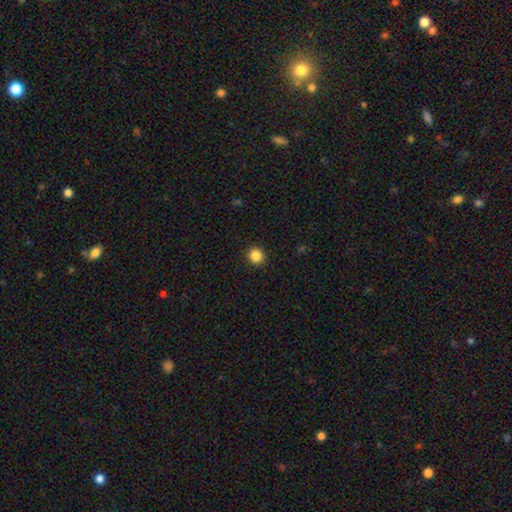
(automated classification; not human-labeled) A smooth galaxy with no disk features (86%) that is round (90%).

Vote fractions:
- Smooth or featured? smooth: 86% / star or artifact: 11% / featured or disk: 4%
- How rounded? round: 90% / in between: 9% / cigar-shaped: 1%
- Merging? none: 92% / minor disturbance: 5% / major disturbance: 2% / merger: 1%